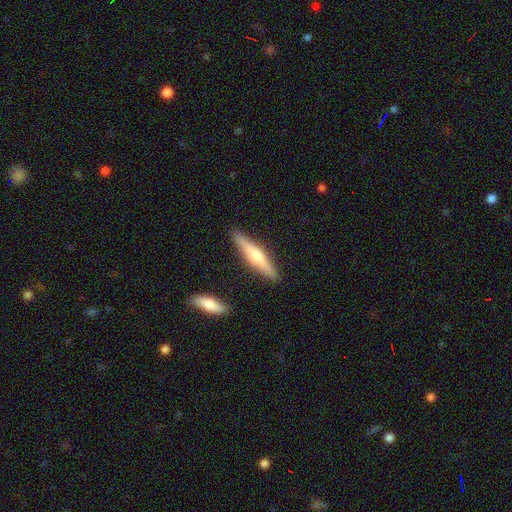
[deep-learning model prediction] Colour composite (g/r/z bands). It shows a smooth galaxy with no disk features (49%). Merging: none (87%).